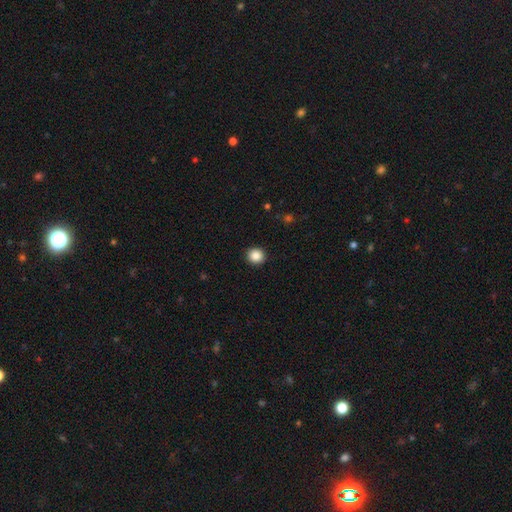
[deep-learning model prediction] Q: Smooth or featured?
A: smooth (87%); runner-up: star or artifact (10%)
Q: How rounded?
A: round (91%); runner-up: in between (8%)
Q: Merging?
A: none (93%); runner-up: minor disturbance (5%)